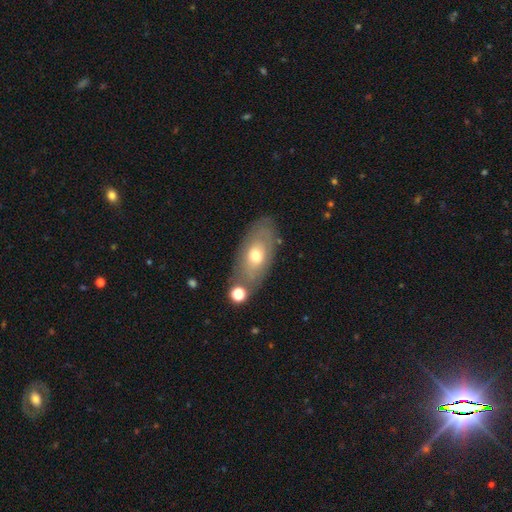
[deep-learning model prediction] Smooth or featured? smooth (59%)
How rounded? in between (87%)
Merging? none (71%)